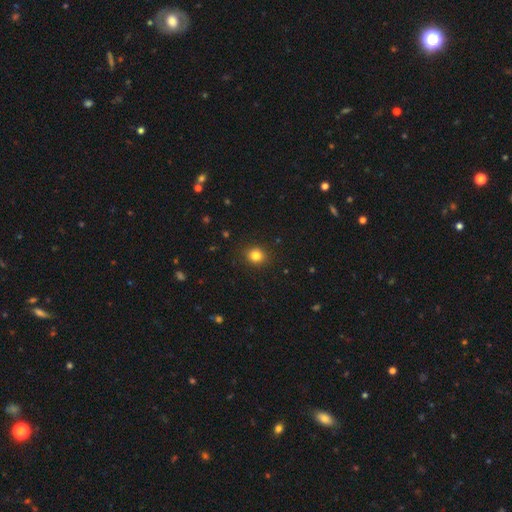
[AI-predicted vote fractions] This appears to be a smooth galaxy with no disk features (83%) that is round (81%). Merging: none (90%).